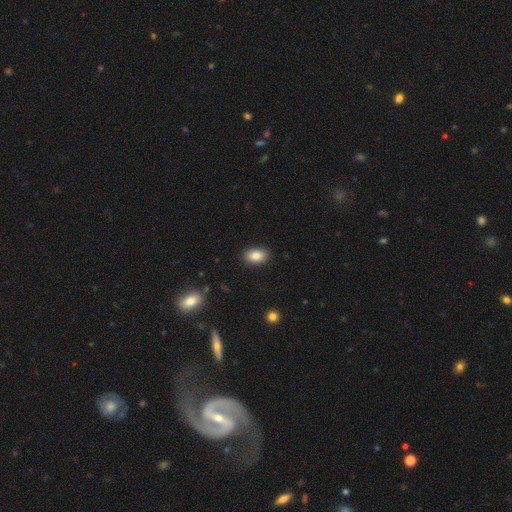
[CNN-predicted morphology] A smooth galaxy with no disk features (87%) that is in between round and cigar-shaped (88%). Merging: none (89%).